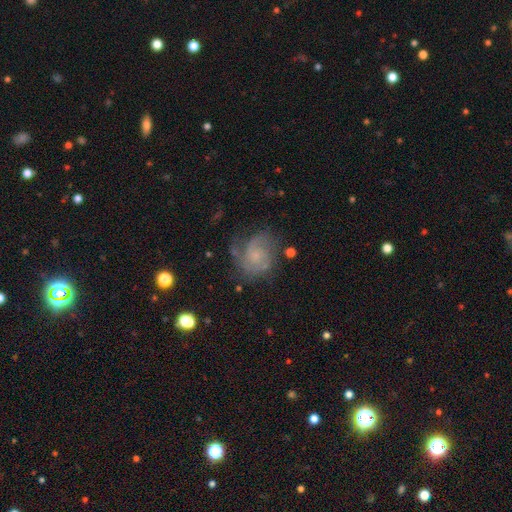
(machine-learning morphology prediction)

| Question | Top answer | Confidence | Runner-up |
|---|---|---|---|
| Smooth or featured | featured or disk | 69% | smooth (21%) |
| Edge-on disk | no | 98% | yes (2%) |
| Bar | no | 72% | weak (25%) |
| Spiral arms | yes | 89% | no (11%) |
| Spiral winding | medium | 43% | tight (38%) |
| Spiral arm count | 2 | 47% | can't tell (23%) |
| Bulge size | small | 51% | none (30%) |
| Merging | none | 56% | minor disturbance (23%) |